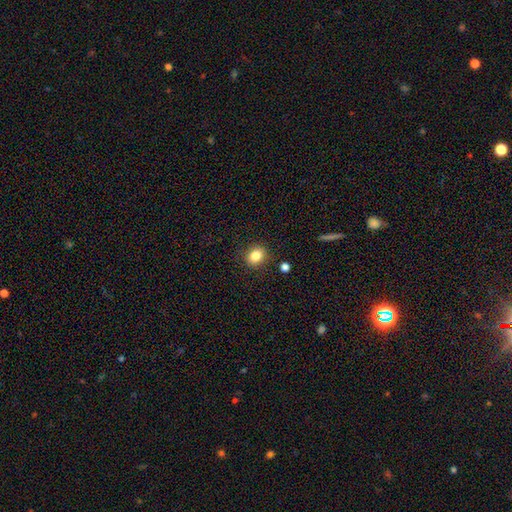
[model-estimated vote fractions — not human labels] Smooth or featured? smooth (84%)
How rounded? round (57%)
Merging? none (87%)